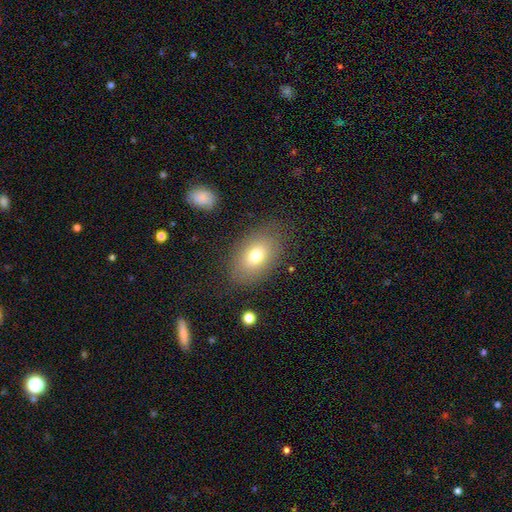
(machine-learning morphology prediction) smooth_or_featured: smooth (p=0.74) [alt: featured or disk p=0.16]
how_rounded: in between (p=0.85) [alt: round p=0.14]
merging: none (p=0.80) [alt: minor disturbance p=0.13]